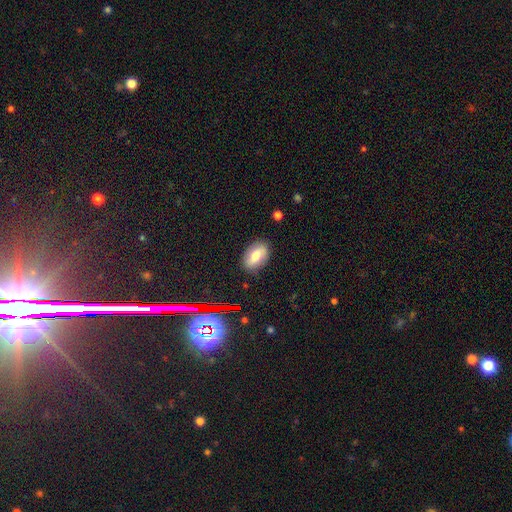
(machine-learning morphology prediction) Smooth or featured? Predicted: smooth (p=0.66). How rounded? Predicted: in between (p=0.89). Merging? Predicted: none (p=0.85).